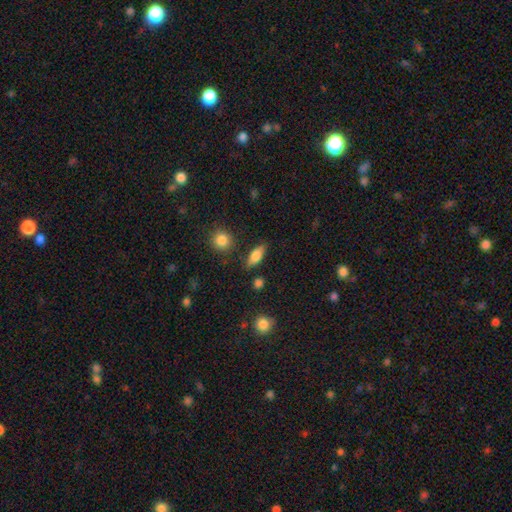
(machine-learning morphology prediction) Q: Smooth or featured?
A: smooth (79%); runner-up: featured or disk (13%)
Q: How rounded?
A: in between (77%); runner-up: cigar-shaped (17%)
Q: Merging?
A: none (81%); runner-up: minor disturbance (13%)